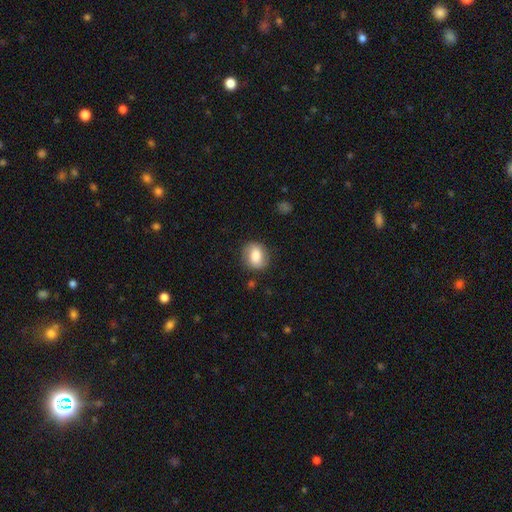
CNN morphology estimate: Smooth or featured? smooth (74%)
How rounded? round (59%)
Merging? none (83%)